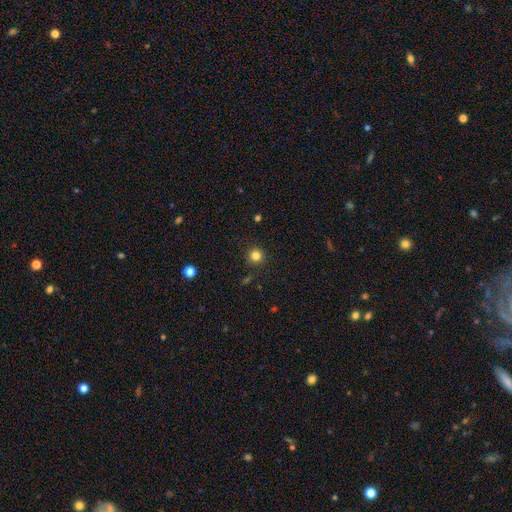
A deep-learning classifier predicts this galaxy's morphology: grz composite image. It shows a smooth galaxy with no disk features (82%) that is round (95%). Merging: none (90%).